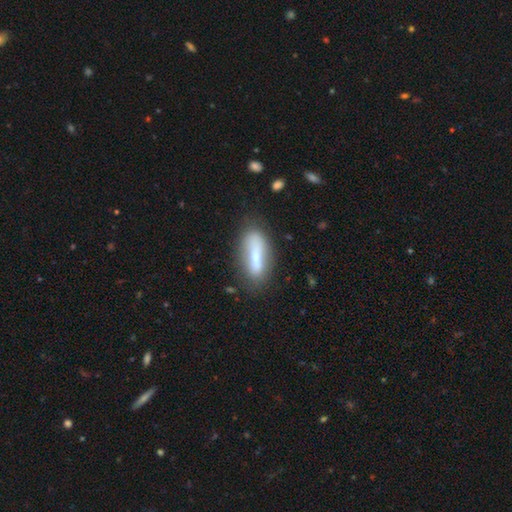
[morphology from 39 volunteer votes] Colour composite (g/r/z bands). It shows a smooth galaxy with no disk features (64%) that is in between round and cigar-shaped (52%). Merging: none (81%).